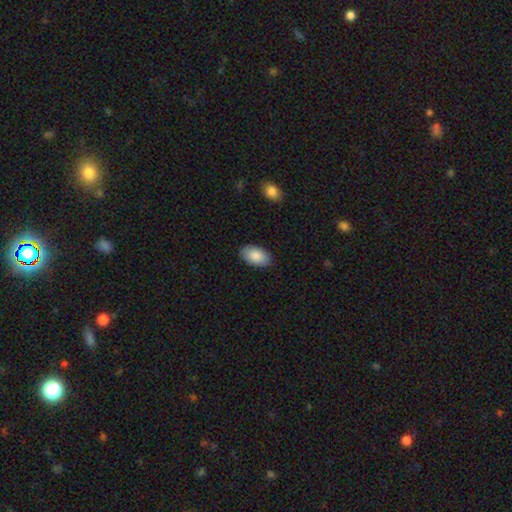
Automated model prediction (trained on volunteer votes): Smooth or featured?
  - smooth: 88% *
  - featured or disk: 7%
  - star or artifact: 6%
How rounded?
  - in between: 95% *
  - round: 3%
  - cigar-shaped: 2%
Merging?
  - none: 88% *
  - minor disturbance: 9%
  - major disturbance: 2%
  - merger: 1%